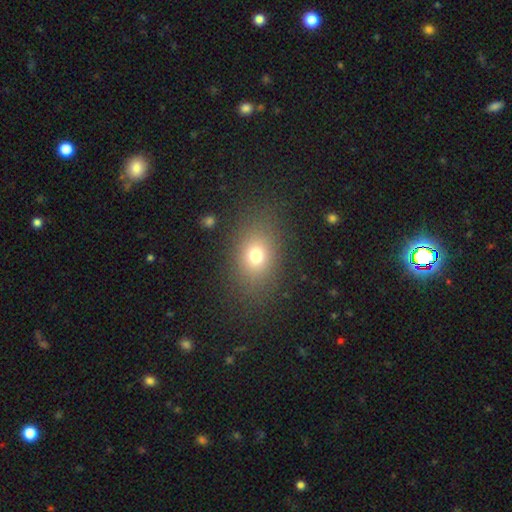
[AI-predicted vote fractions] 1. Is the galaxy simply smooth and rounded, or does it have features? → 73% smooth, 15% star or artifact, 11% featured or disk.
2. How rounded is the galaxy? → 65% in between, 34% round, 2% cigar-shaped.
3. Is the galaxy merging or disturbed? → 83% none, 10% minor disturbance, 6% major disturbance, 2% merger.